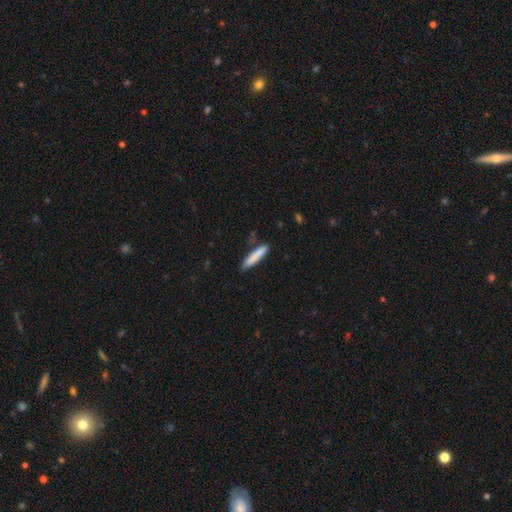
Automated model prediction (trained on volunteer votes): Q: Smooth or featured?
A: smooth (84%); runner-up: featured or disk (10%)
Q: How rounded?
A: cigar-shaped (89%); runner-up: in between (9%)
Q: Merging?
A: none (81%); runner-up: minor disturbance (14%)